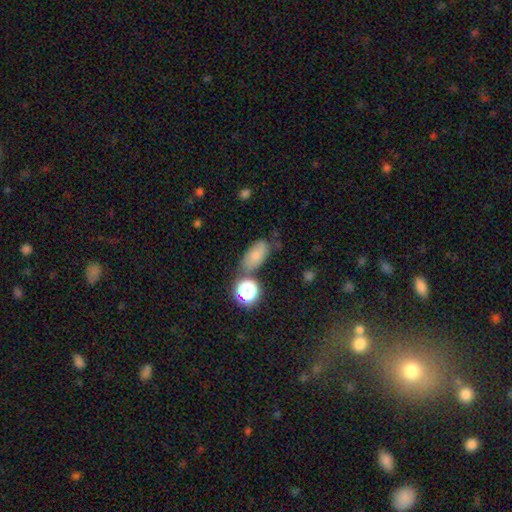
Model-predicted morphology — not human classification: type=smooth (72%); roundness=in between (84%); merging=none (61%).